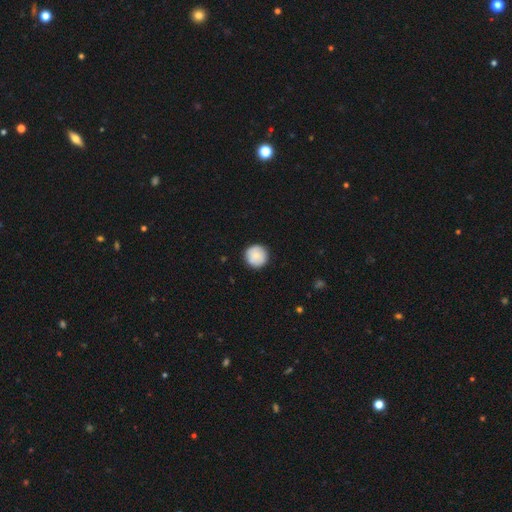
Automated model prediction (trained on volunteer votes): Smooth or featured?
  - smooth: 81% *
  - featured or disk: 12%
  - star or artifact: 7%
How rounded?
  - round: 96% *
  - in between: 3%
  - cigar-shaped: 1%
Merging?
  - none: 90% *
  - minor disturbance: 8%
  - major disturbance: 2%
  - merger: 1%